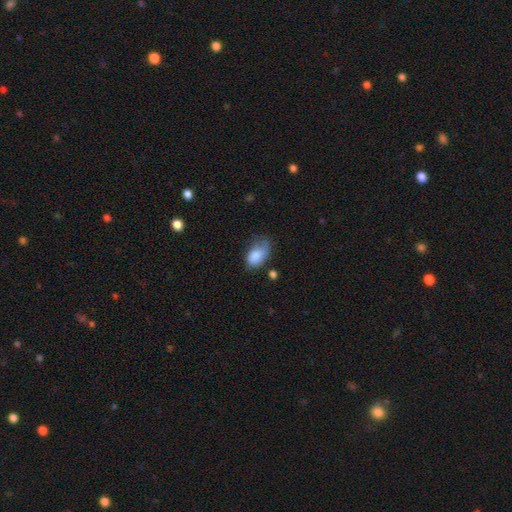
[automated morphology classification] Smooth or featured? smooth (80%)
How rounded? in between (87%)
Merging? minor disturbance (40%)